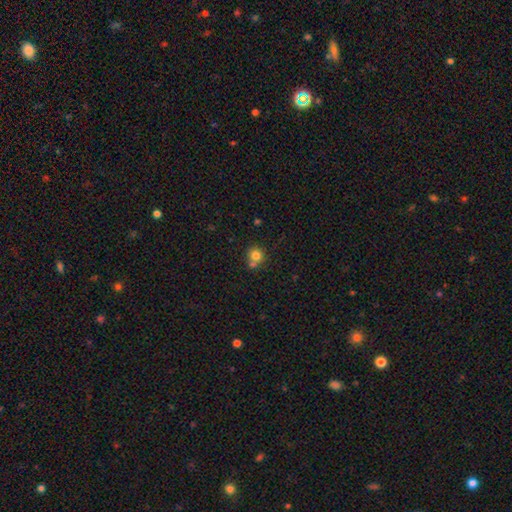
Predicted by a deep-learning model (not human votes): Overall: smooth (79%). How rounded: round (88%). Merging: none (57%; merger 31%).